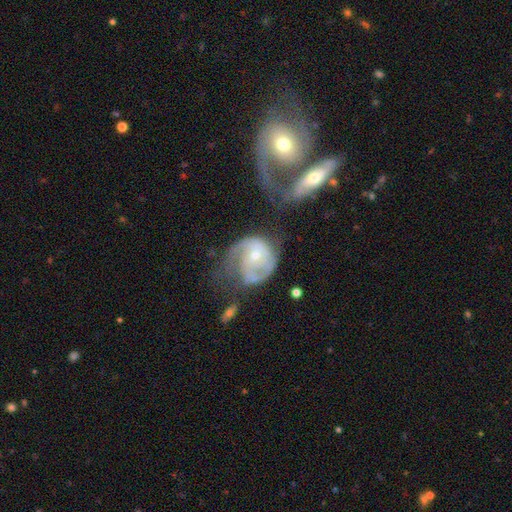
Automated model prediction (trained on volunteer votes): A featured or disk galaxy (76%) with no bar (72%), 2 (45%) tight (41%) spiral arms (87%) and a small central bulge (66%). Merging: major disturbance (36%).